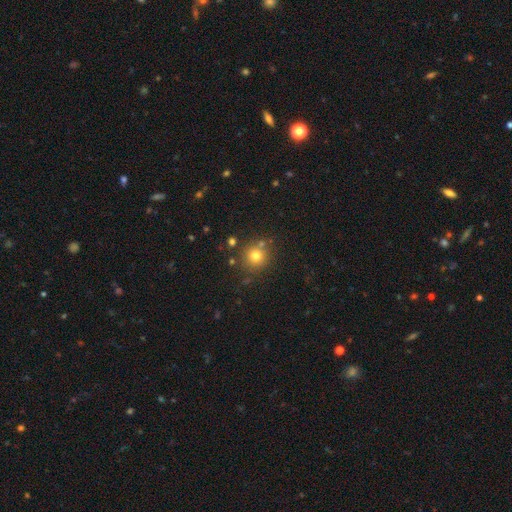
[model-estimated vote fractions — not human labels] Smooth or featured? smooth (75%)
How rounded? round (92%)
Merging? none (79%)